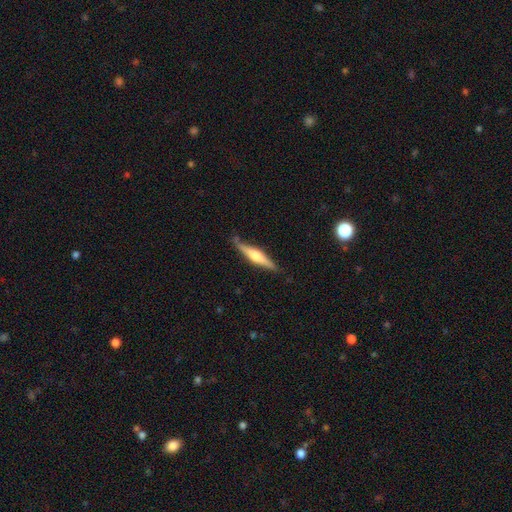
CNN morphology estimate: A featured or disk galaxy (63%) viewed edge-on (96%) with a rounded central bulge (86%).

Vote fractions:
- Smooth or featured? featured or disk: 63% / smooth: 31% / star or artifact: 5%
- Edge-on disk? yes: 96% / no: 4%
- Edge-on bulge? rounded: 86% / boxy: 10% / none: 4%
- Merging? none: 81% / minor disturbance: 14% / major disturbance: 3% / merger: 2%